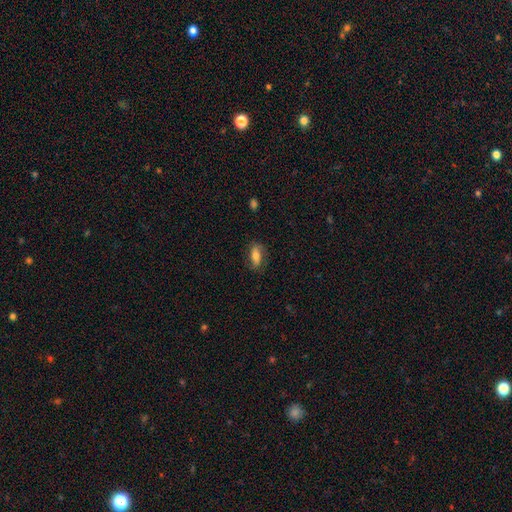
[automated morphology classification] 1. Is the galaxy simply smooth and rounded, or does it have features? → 64% smooth, 28% featured or disk, 8% star or artifact.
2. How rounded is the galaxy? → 77% in between, 17% cigar-shaped, 5% round.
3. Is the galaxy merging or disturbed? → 76% none, 17% minor disturbance, 6% major disturbance, 1% merger.